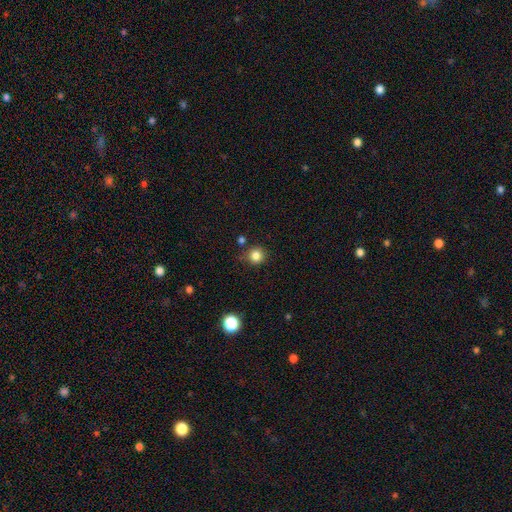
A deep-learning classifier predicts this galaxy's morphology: The model was most divided on "merging": none: 80%, minor disturbance: 12%, merger: 4%, major disturbance: 3%. More confident: how rounded — round (92%); smooth or featured — smooth (83%).